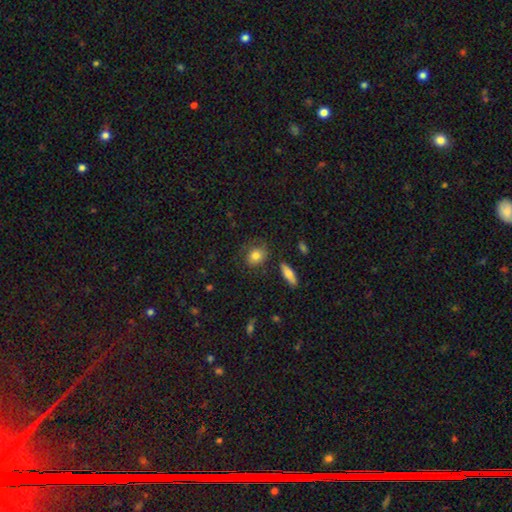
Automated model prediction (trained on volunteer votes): The model was most divided on "how rounded": round: 57%, in between: 41%, cigar-shaped: 2%. More confident: smooth or featured — smooth (77%); merging — none (69%).